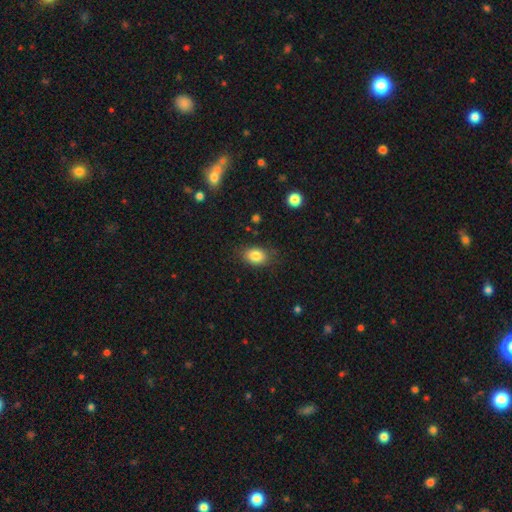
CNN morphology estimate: Q: Smooth or featured?
A: smooth (84%); runner-up: star or artifact (9%)
Q: How rounded?
A: in between (74%); runner-up: round (25%)
Q: Merging?
A: none (80%); runner-up: minor disturbance (15%)